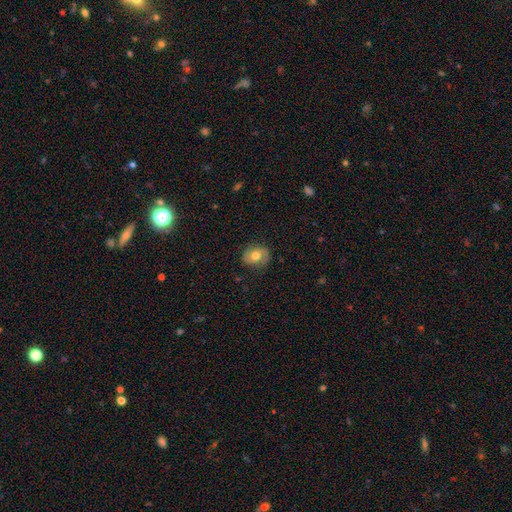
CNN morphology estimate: This is possibly a smooth galaxy (56%). How rounded: possibly round (59%). Merging: likely none (79%).